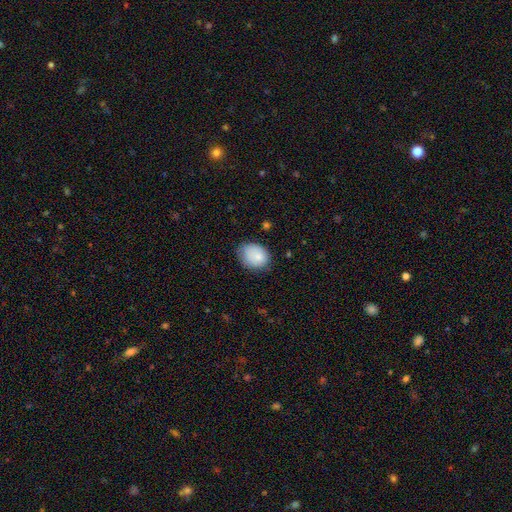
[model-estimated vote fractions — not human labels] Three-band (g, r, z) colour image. It shows a smooth galaxy with no disk features (84%) that is in between round and cigar-shaped (56%). Merging: none (60%).